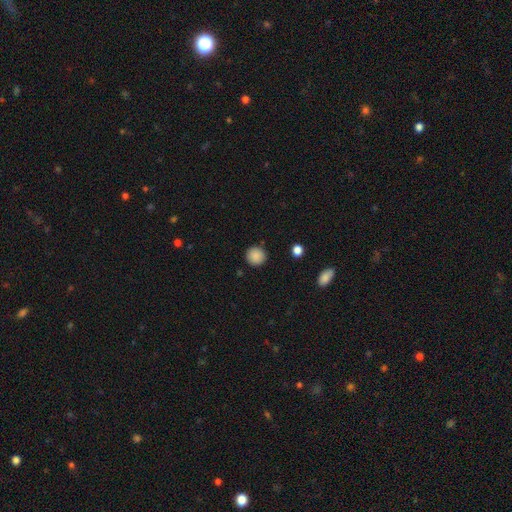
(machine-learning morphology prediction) Smooth or featured: smooth — 88% (star or artifact — 9%)
How rounded: round — 94% (in between — 5%)
Merging: none — 90% (minor disturbance — 6%)